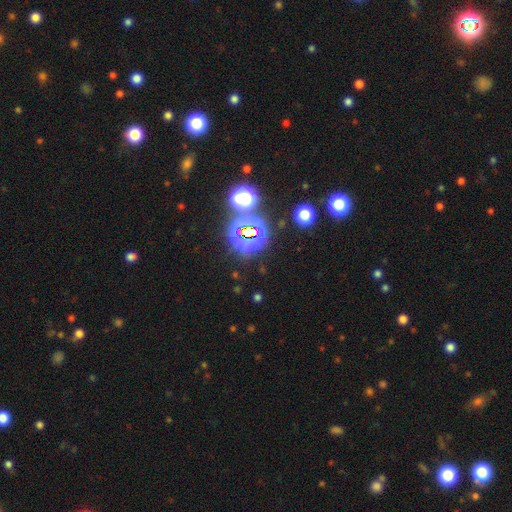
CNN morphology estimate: Q: Smooth or featured?
A: star or artifact (80%); runner-up: smooth (13%)